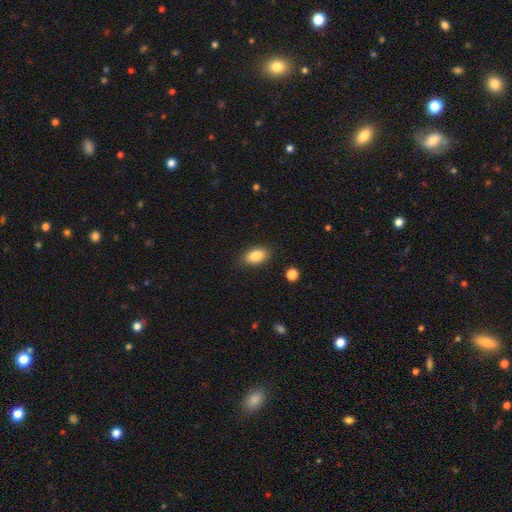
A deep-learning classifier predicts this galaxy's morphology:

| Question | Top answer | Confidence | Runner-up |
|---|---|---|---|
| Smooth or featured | smooth | 84% | featured or disk (8%) |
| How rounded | in between | 90% | round (7%) |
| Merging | none | 84% | minor disturbance (12%) |